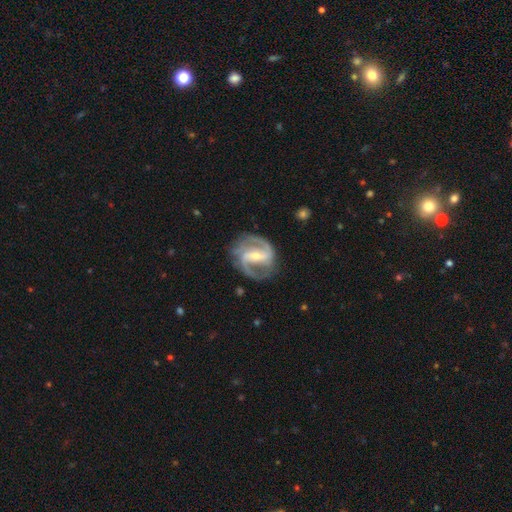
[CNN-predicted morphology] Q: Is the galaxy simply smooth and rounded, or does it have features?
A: featured or disk — 91%.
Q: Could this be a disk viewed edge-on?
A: no — 98%.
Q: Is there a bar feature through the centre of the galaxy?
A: strong — 54%.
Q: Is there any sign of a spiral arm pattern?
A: yes — 97%.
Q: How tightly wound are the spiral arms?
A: medium — 57%.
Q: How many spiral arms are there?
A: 2 — 86%.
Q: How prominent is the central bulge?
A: small — 51%.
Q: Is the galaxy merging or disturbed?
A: none — 77%.